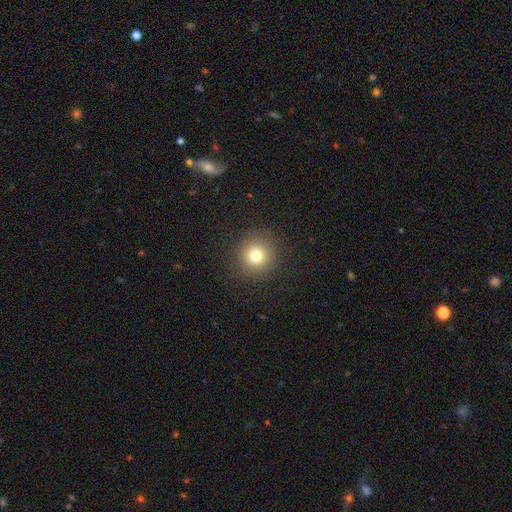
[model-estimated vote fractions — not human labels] Smooth or featured? smooth (78%)
How rounded? round (94%)
Merging? none (90%)